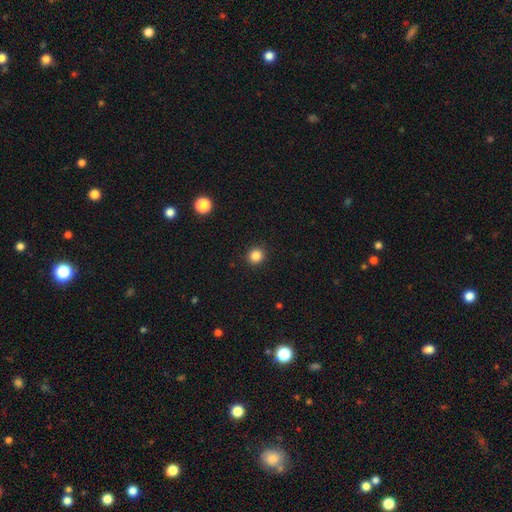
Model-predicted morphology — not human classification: The model was most divided on "smooth or featured": smooth: 85%, star or artifact: 11%, featured or disk: 4%. More confident: merging — none (92%); how rounded — round (89%).